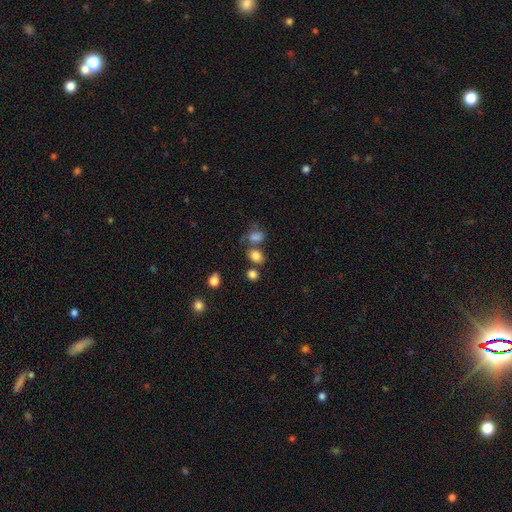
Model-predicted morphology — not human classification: Overall: smooth (80%). How rounded: in between (54%; round 45%). Merging: none (57%; merger 23%).